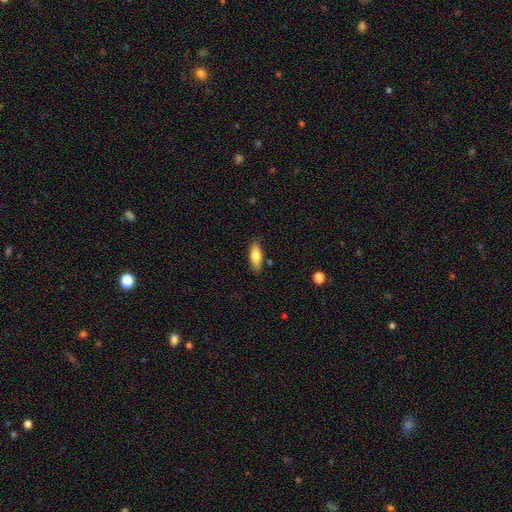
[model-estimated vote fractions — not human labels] The model was most divided on "how rounded": in between: 69%, cigar-shaped: 29%, round: 2%. More confident: merging — none (83%); smooth or featured — smooth (77%).